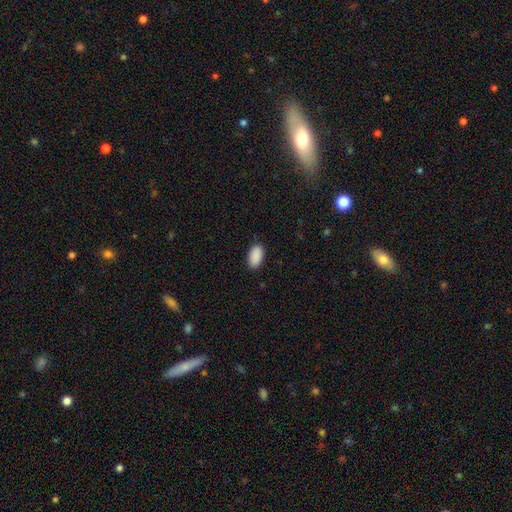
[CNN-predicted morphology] smooth-or-featured: smooth: 91% | star or artifact: 7% | featured or disk: 3%
  how-rounded: in between: 95% | round: 3% | cigar-shaped: 2%
  merging: none: 89% | minor disturbance: 8% | major disturbance: 2% | merger: 1%